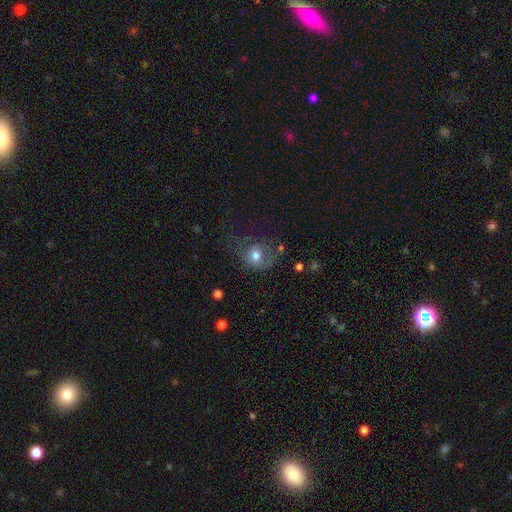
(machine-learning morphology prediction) smooth-or-featured: smooth: 73% | featured or disk: 16% | star or artifact: 11%
  how-rounded: round: 71% | in between: 28% | cigar-shaped: 1%
  merging: none: 46% | major disturbance: 25% | minor disturbance: 25% | merger: 3%